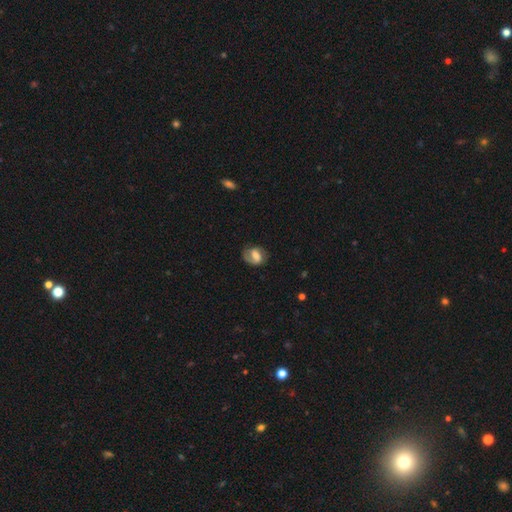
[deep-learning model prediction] The model was most divided on "bar": weak: 45%, strong: 29%, no: 26%. Remaining: edge-on disk — no (97%); spiral arms — yes (83%); merging — none (66%); smooth or featured — featured or disk (56%); bulge size — moderate (41%).